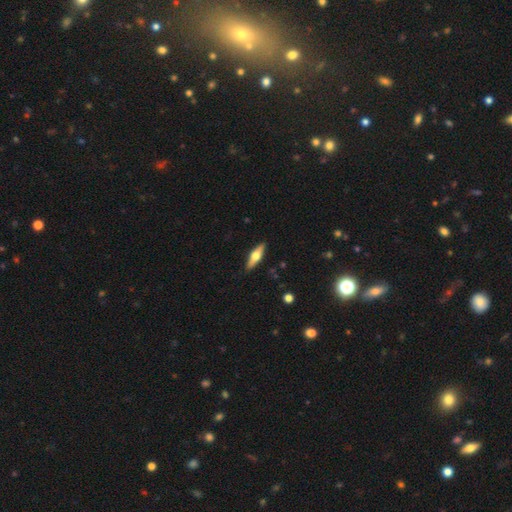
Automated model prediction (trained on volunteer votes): Smooth or featured? featured or disk (50%)
Merging? none (89%)